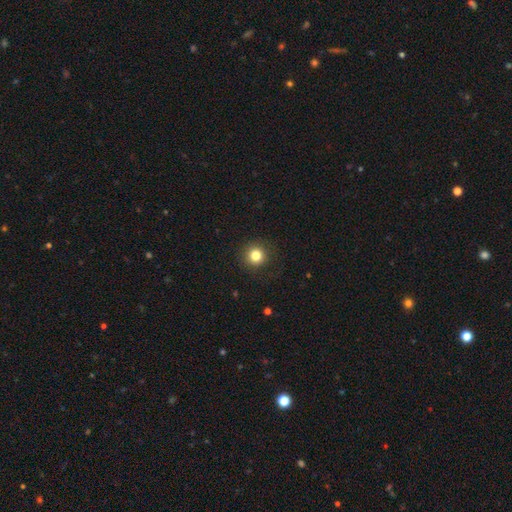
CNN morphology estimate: Smooth or featured? smooth (82%)
How rounded? round (95%)
Merging? none (91%)